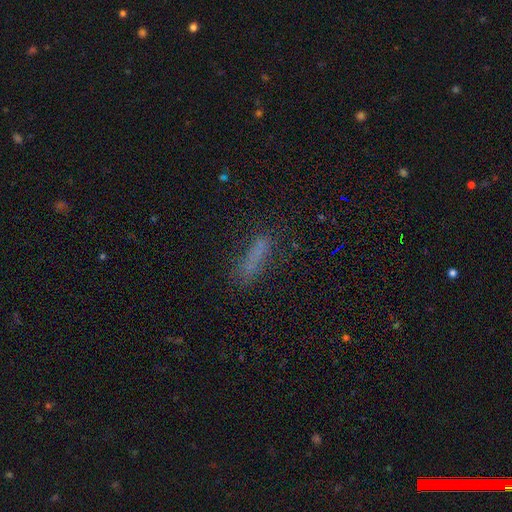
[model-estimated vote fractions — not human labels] Overall: smooth (67%). How rounded: cigar-shaped (73%). Merging: none (66%).